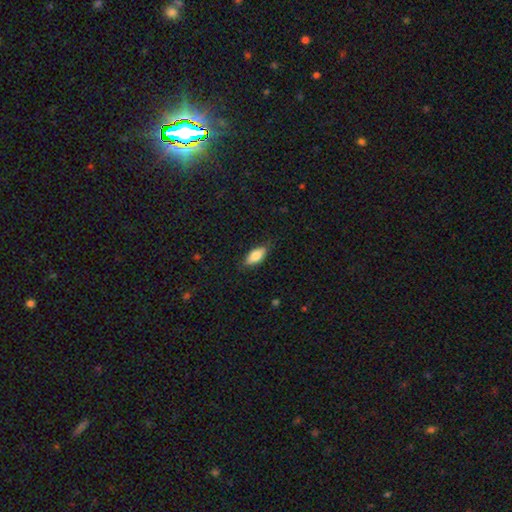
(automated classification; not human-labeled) The model was most divided on "smooth or featured": smooth: 79%, featured or disk: 15%, star or artifact: 7%. More confident: merging — none (83%); how rounded — in between (82%).